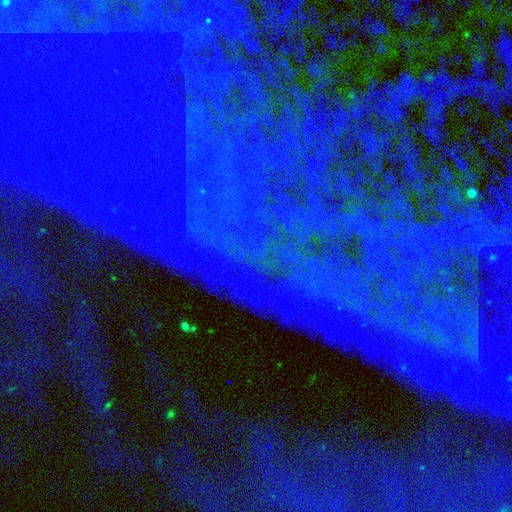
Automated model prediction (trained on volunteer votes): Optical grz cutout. It shows a star or artifact, not a galaxy (82%).